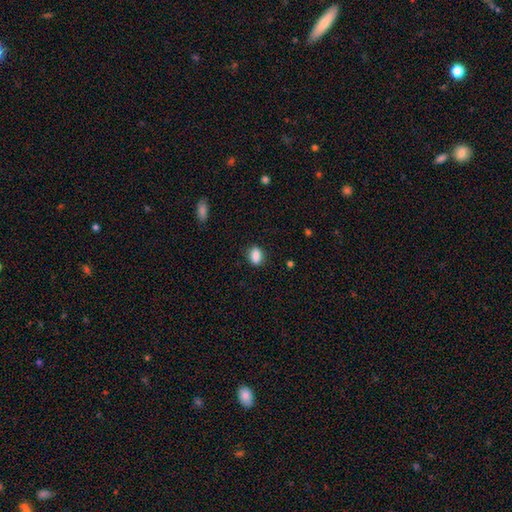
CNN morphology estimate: The model was most divided on "how rounded": in between: 78%, round: 17%, cigar-shaped: 5%. More confident: smooth or featured — smooth (86%); merging — none (83%).